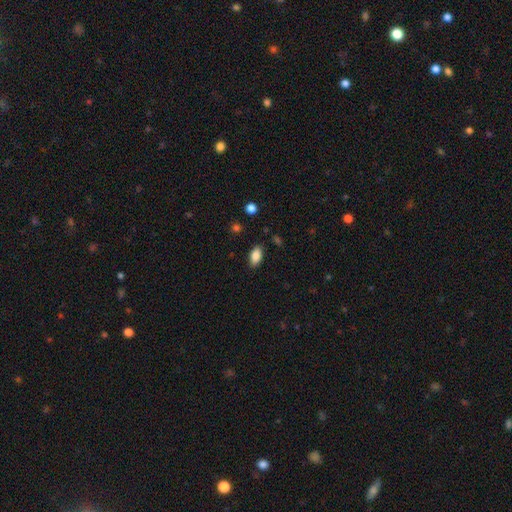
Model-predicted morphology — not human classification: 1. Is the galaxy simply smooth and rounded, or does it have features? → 85% smooth, 8% star or artifact, 6% featured or disk.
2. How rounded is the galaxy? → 92% in between, 5% round, 3% cigar-shaped.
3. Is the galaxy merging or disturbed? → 86% none, 10% minor disturbance, 2% major disturbance, 1% merger.